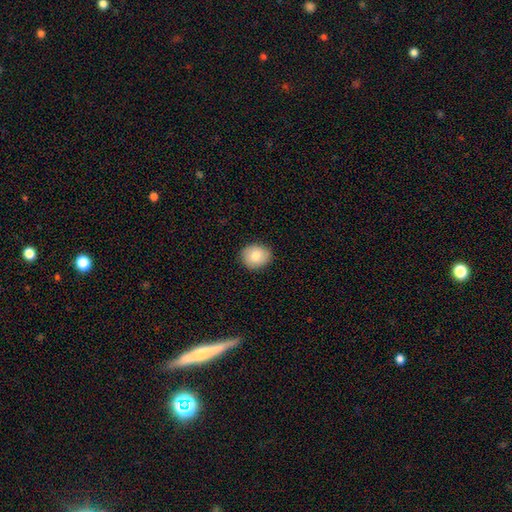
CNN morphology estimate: type=smooth (81%); roundness=round (67%); merging=none (88%).